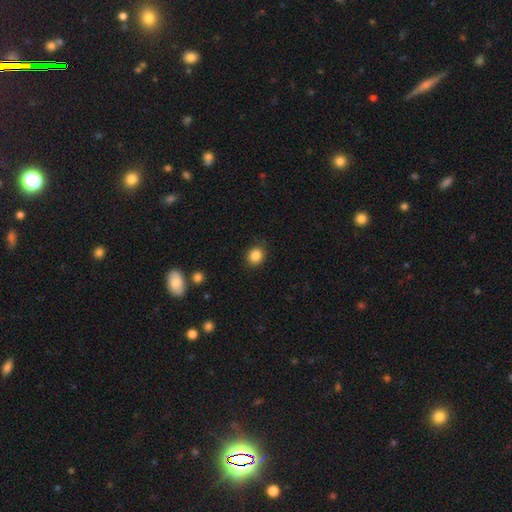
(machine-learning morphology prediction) Smooth or featured? Predicted: smooth (p=0.86). How rounded? Predicted: round (p=0.77). Merging? Predicted: none (p=0.88).